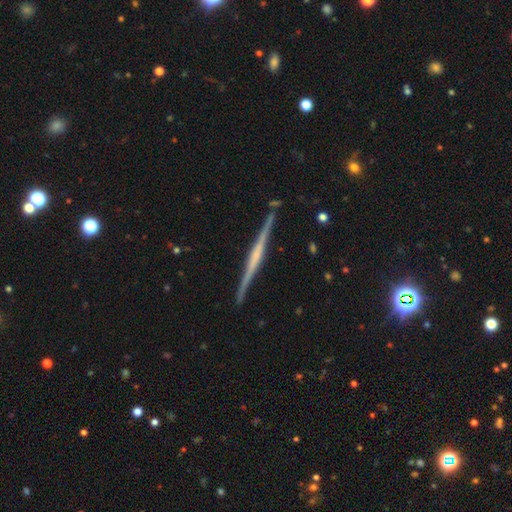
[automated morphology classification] Smooth or featured? featured or disk (79%)
Edge-on disk? yes (98%)
Edge-on bulge? none (39%)
Merging? none (90%)